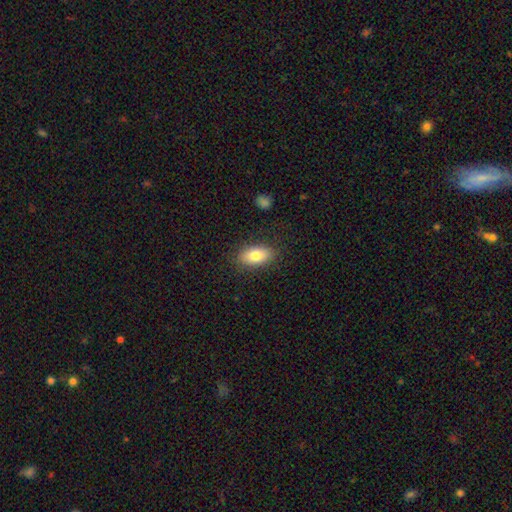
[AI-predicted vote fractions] Morphology: type=smooth (79%); roundness=in between (90%); merging=none (84%).